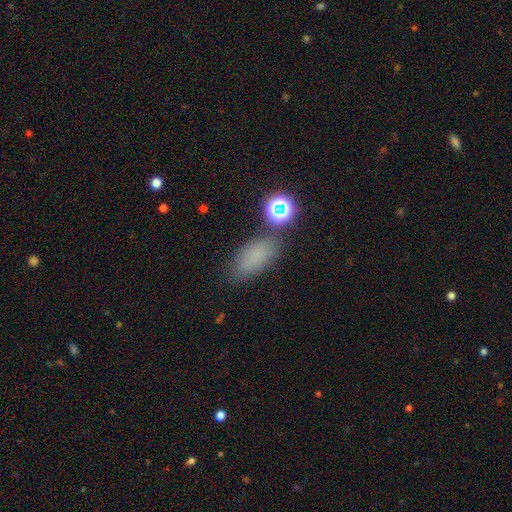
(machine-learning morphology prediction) A smooth galaxy with no disk features (73%) that is in between round and cigar-shaped (83%). Merging: none (72%).